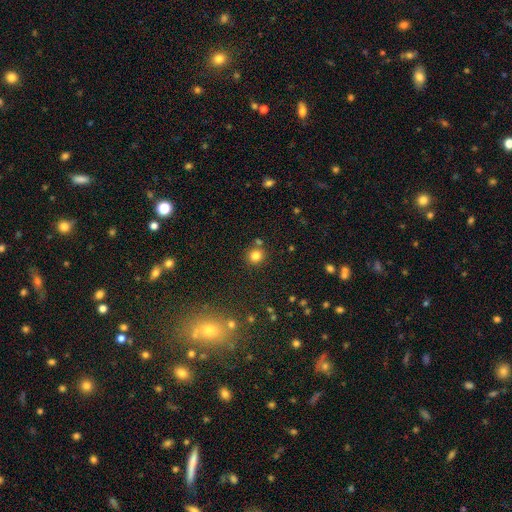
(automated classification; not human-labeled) Smooth or featured? Predicted: smooth (p=0.81). How rounded? Predicted: round (p=0.89). Merging? Predicted: none (p=0.80).